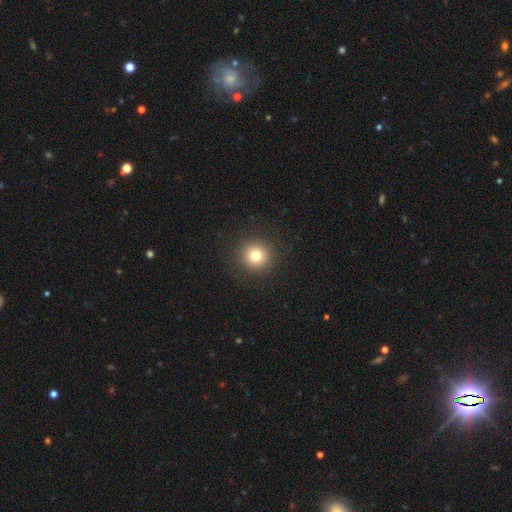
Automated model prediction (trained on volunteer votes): Smooth or featured? Predicted: smooth (p=0.78). How rounded? Predicted: round (p=0.95). Merging? Predicted: none (p=0.91).